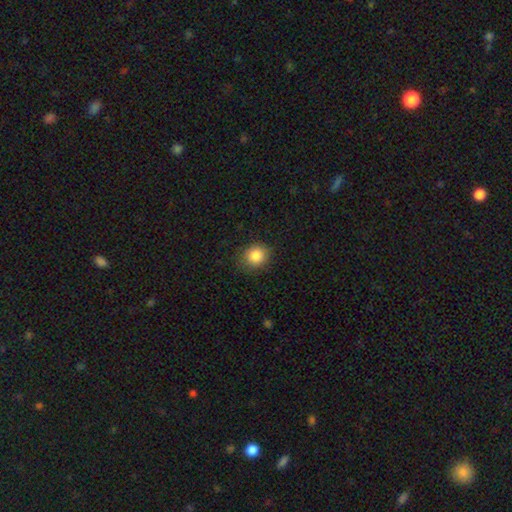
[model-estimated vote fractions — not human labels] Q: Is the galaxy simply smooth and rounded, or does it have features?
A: smooth — 86%.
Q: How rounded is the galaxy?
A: round — 80%.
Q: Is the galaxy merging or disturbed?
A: none — 86%.